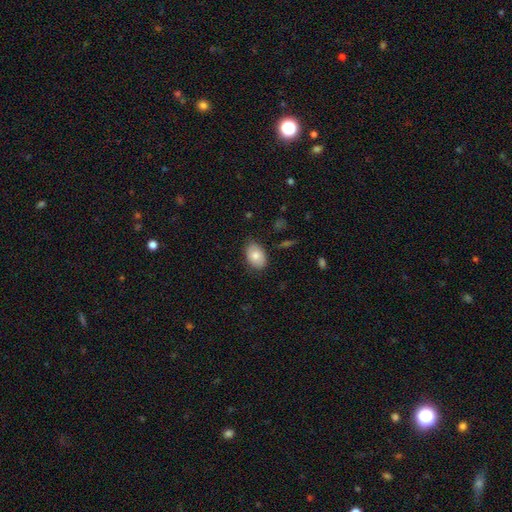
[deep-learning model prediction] smooth 81%, featured or disk 13%, star or artifact 7%. Down the decision tree: how rounded — in between (86%); merging — none (81%).